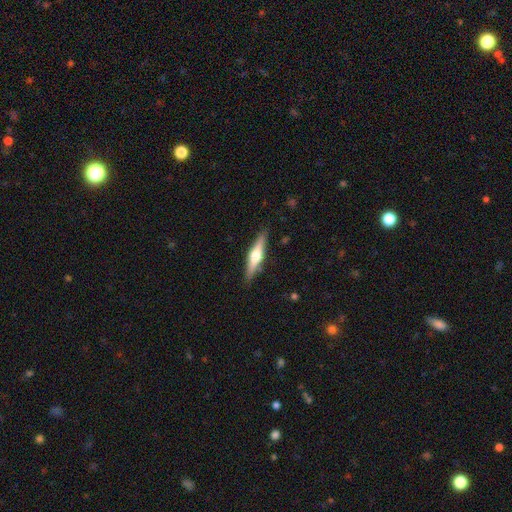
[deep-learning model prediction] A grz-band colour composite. It shows a featured or disk galaxy (59%) viewed edge-on (96%) with a rounded central bulge (91%). Merging: none (88%).